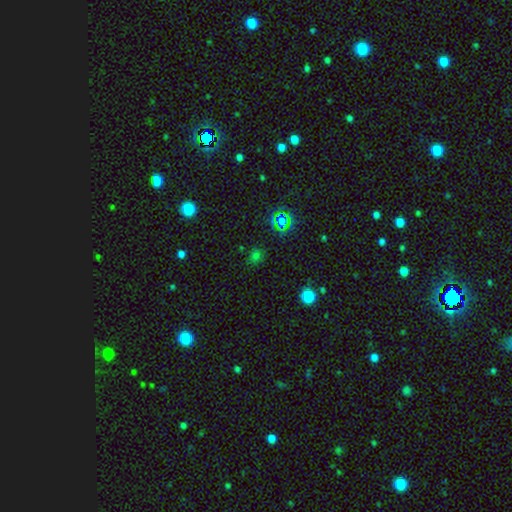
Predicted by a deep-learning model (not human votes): smooth_or_featured: smooth (p=0.55) [alt: star or artifact p=0.38]
how_rounded: round (p=0.73) [alt: in between p=0.26]
merging: none (p=0.78) [alt: minor disturbance p=0.13]